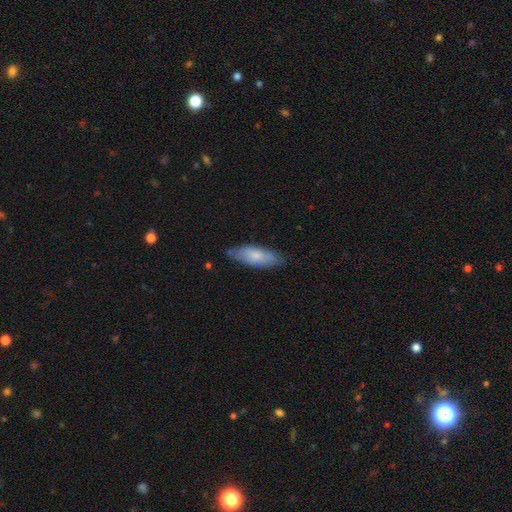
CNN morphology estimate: smooth-or-featured: smooth: 69% | featured or disk: 26% | star or artifact: 6%
  how-rounded: in between: 67% | cigar-shaped: 31% | round: 2%
  merging: none: 74% | minor disturbance: 21% | major disturbance: 4% | merger: 2%